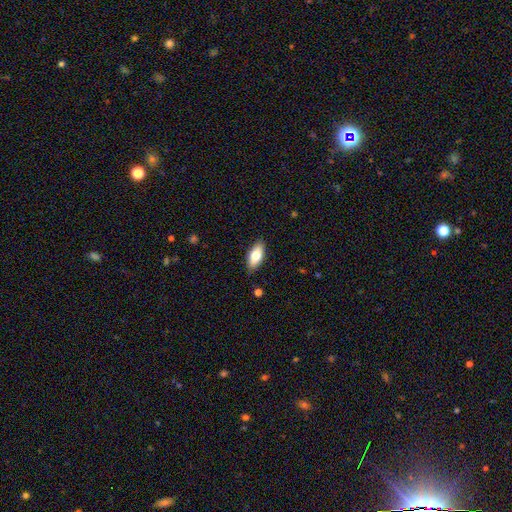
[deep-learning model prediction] Smooth or featured?
  - smooth: 73% *
  - featured or disk: 20%
  - star or artifact: 7%
How rounded?
  - in between: 86% *
  - cigar-shaped: 11%
  - round: 3%
Merging?
  - none: 85% *
  - minor disturbance: 11%
  - major disturbance: 2%
  - merger: 1%